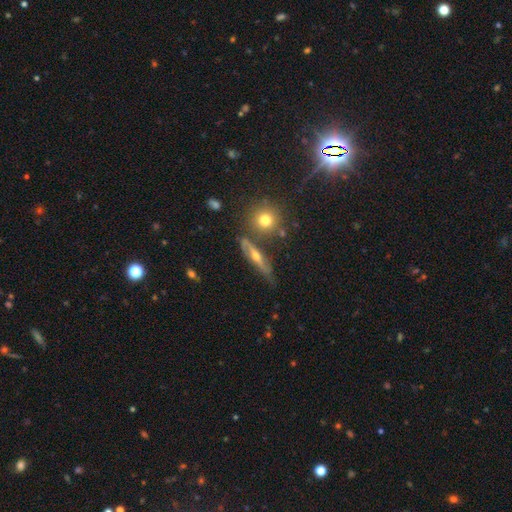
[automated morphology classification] This appears to be a featured or disk galaxy (62%) viewed edge-on (77%). Merging: none (69%).